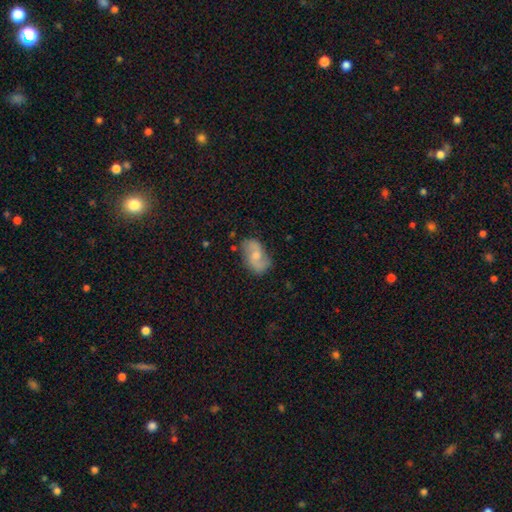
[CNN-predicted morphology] Smooth or featured?
  - featured or disk: 61% *
  - smooth: 32%
  - star or artifact: 7%
Edge-on disk?
  - no: 96% *
  - yes: 4%
Bar?
  - no: 52% *
  - weak: 39%
  - strong: 9%
Spiral arms?
  - yes: 88% *
  - no: 12%
Spiral winding?
  - loose: 55% *
  - medium: 34%
  - tight: 12%
Spiral arm count?
  - 2: 89% *
  - can't tell: 6%
  - 1: 2%
  - 3: 1%
  - 4: 1%
  - more than 4: 1%
Bulge size?
  - moderate: 52% *
  - small: 39%
  - none: 5%
  - large: 3%
  - dominant: 1%
Merging?
  - none: 73% *
  - minor disturbance: 20%
  - major disturbance: 6%
  - merger: 2%